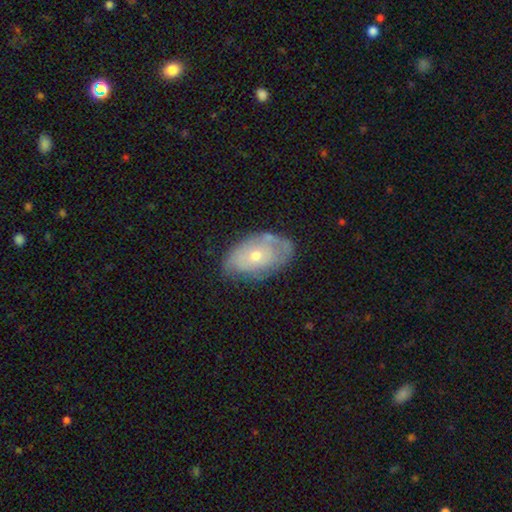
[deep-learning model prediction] Q: Smooth or featured?
A: featured or disk (53%); runner-up: smooth (40%)
Q: Edge-on disk?
A: no (92%); runner-up: yes (8%)
Q: Merging?
A: none (56%); runner-up: minor disturbance (31%)